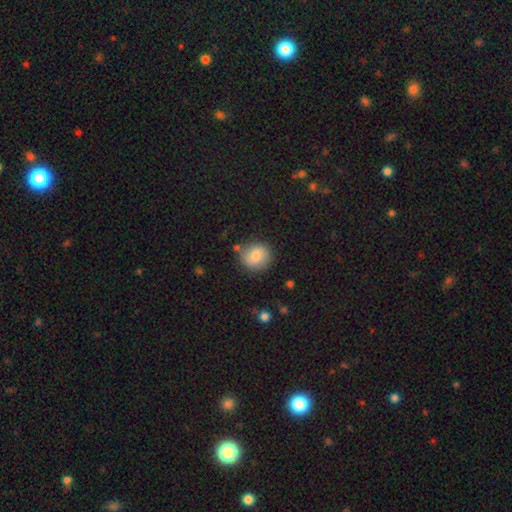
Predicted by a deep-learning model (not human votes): Q: Smooth or featured?
A: smooth (78%); runner-up: featured or disk (15%)
Q: How rounded?
A: round (89%); runner-up: in between (10%)
Q: Merging?
A: none (81%); runner-up: minor disturbance (13%)